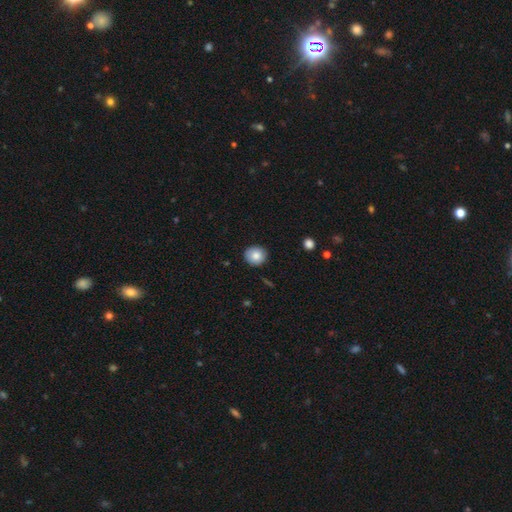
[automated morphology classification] Smooth or featured? Predicted: smooth (p=0.83). How rounded? Predicted: round (p=0.86). Merging? Predicted: none (p=0.89).